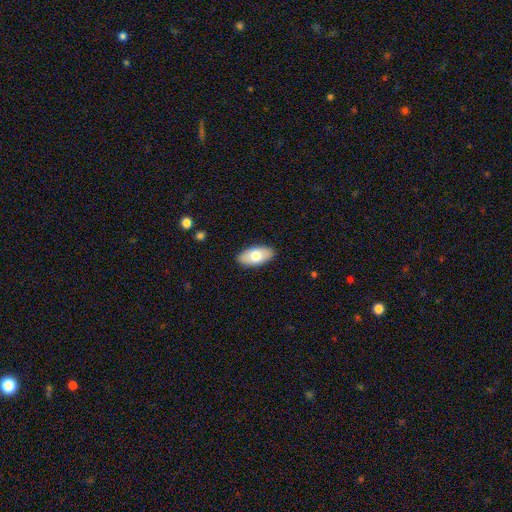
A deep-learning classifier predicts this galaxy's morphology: This is likely a smooth galaxy (74%). How rounded: clearly in between (93%). Merging: clearly none (89%).